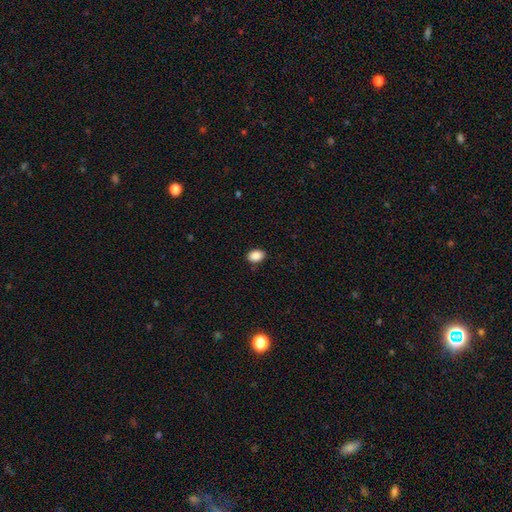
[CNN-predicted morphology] This is clearly a smooth galaxy (89%). How rounded: likely in between (77%). Merging: clearly none (88%).